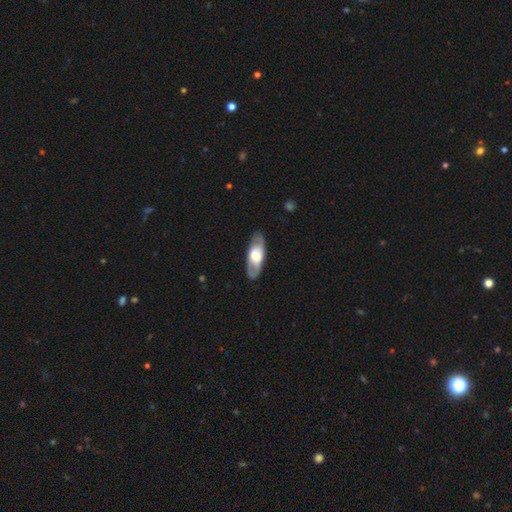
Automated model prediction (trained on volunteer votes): The model was most divided on "smooth or featured": featured or disk: 55%, smooth: 40%, star or artifact: 5%. More confident: merging — none (83%); edge-on disk — no (68%).